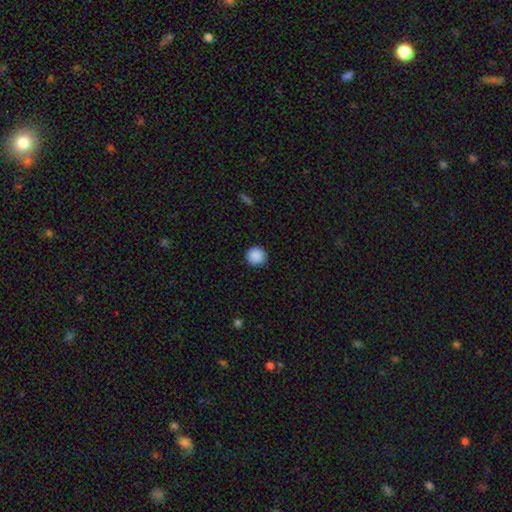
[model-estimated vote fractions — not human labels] This is clearly a smooth galaxy (89%). How rounded: clearly round (95%). Merging: clearly none (92%).